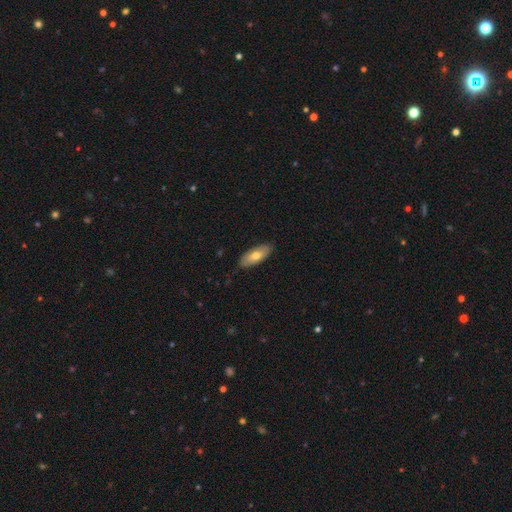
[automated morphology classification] smooth_or_featured: smooth (p=0.70) [alt: featured or disk p=0.24]
how_rounded: in between (p=0.82) [alt: cigar-shaped p=0.16]
merging: none (p=0.85) [alt: minor disturbance p=0.12]